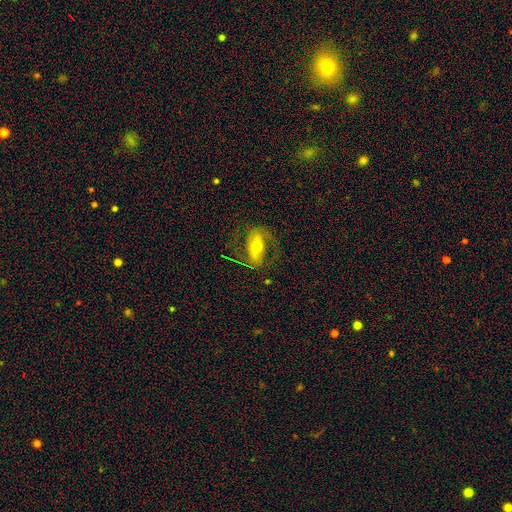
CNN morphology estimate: smooth_or_featured: featured or disk (p=0.70) [alt: smooth p=0.22]
disk_edge_on: no (p=0.88) [alt: yes p=0.12]
bar: strong (p=0.51) [alt: weak p=0.27]
has_spiral_arms: yes (p=0.78) [alt: no p=0.22]
bulge_size: moderate (p=0.67) [alt: small p=0.23]
merging: none (p=0.69) [alt: minor disturbance p=0.16]